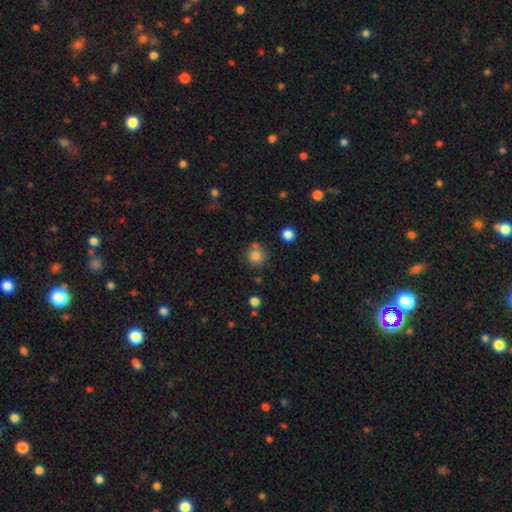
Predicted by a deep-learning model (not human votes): This is clearly a smooth galaxy (82%). How rounded: clearly round (91%). Merging: likely none (71%).